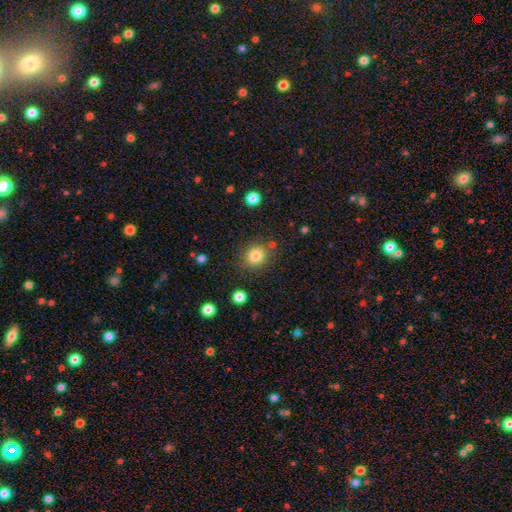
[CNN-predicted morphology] smooth_or_featured: smooth (p=0.82) [alt: star or artifact p=0.11]
how_rounded: round (p=0.84) [alt: in between p=0.15]
merging: none (p=0.82) [alt: minor disturbance p=0.10]